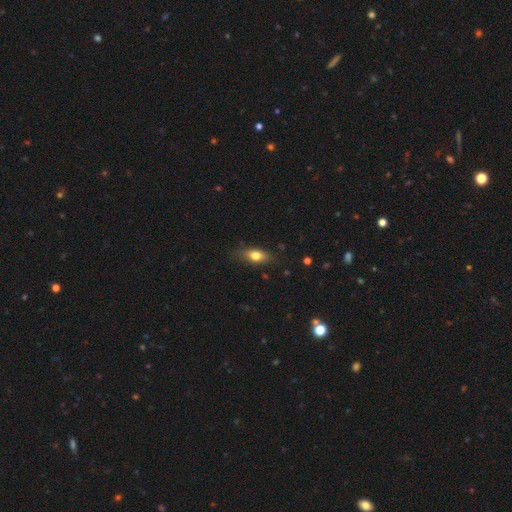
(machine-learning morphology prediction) Smooth or featured? smooth (71%)
How rounded? in between (72%)
Merging? none (75%)